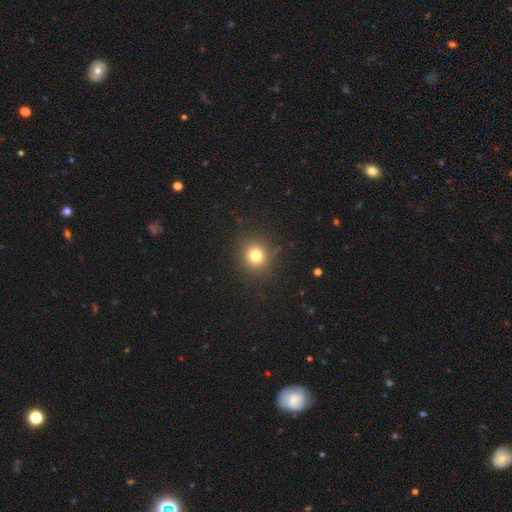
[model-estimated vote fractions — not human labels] smooth-or-featured: smooth: 78% | star or artifact: 15% | featured or disk: 8%
  how-rounded: round: 88% | in between: 11% | cigar-shaped: 1%
  merging: none: 86% | minor disturbance: 9% | major disturbance: 3% | merger: 1%